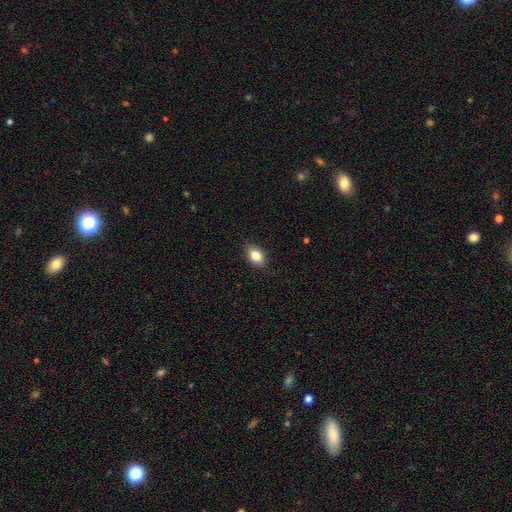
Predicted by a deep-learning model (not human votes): Smooth or featured: smooth — 82% (featured or disk — 10%)
How rounded: in between — 82% (round — 16%)
Merging: none — 87% (minor disturbance — 10%)